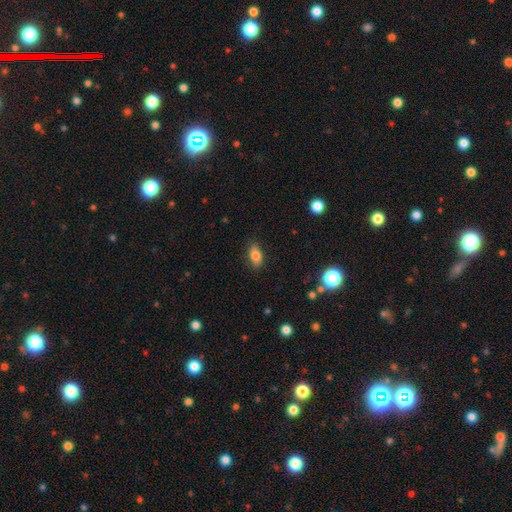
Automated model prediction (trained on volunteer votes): The model was most divided on "smooth or featured": smooth: 80%, featured or disk: 11%, star or artifact: 9%. More confident: how rounded — in between (88%); merging — none (86%).